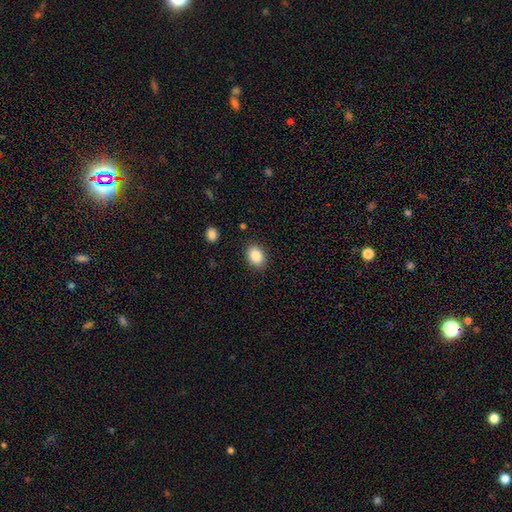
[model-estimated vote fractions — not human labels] A smooth galaxy with no disk features (86%) that is in between round and cigar-shaped (66%). Merging: none (87%).